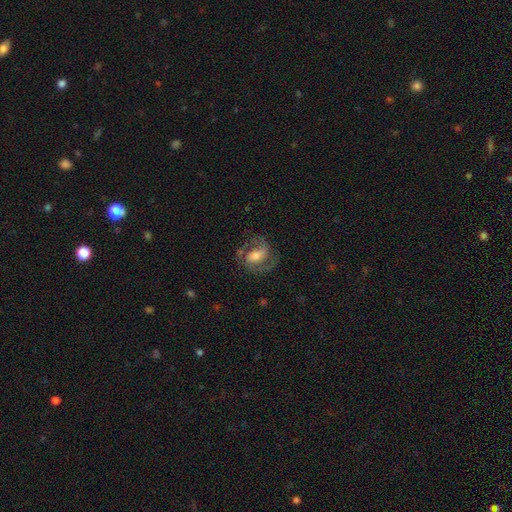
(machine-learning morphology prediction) Smooth or featured? Predicted: featured or disk (p=0.75). Edge-on disk? Predicted: no (p=0.97). Bar? Predicted: weak (p=0.43). Spiral arms? Predicted: yes (p=0.91). Spiral winding? Predicted: medium (p=0.55). Spiral arm count? Predicted: 2 (p=0.85). Bulge size? Predicted: moderate (p=0.57). Merging? Predicted: none (p=0.68).